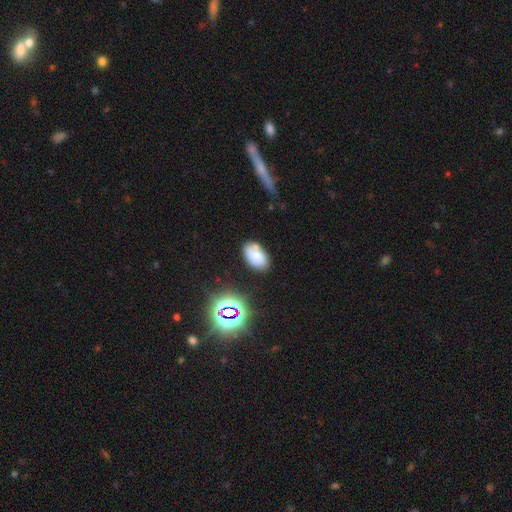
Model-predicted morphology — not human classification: This appears to be a smooth galaxy with no disk features (68%) that is in between round and cigar-shaped (92%). Merging: none (71%).